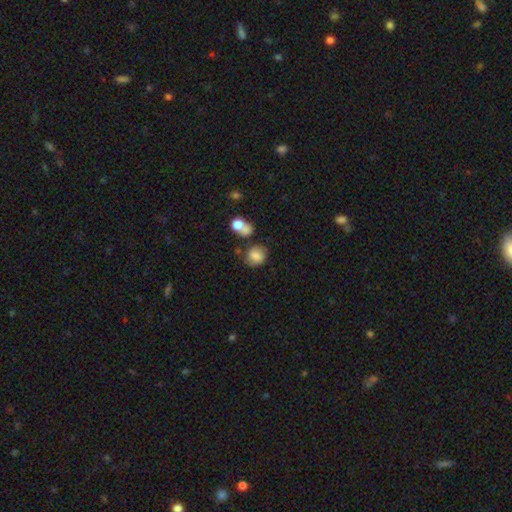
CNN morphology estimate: Smooth or featured? Predicted: smooth (p=0.76). How rounded? Predicted: round (p=0.62). Merging? Predicted: none (p=0.55).